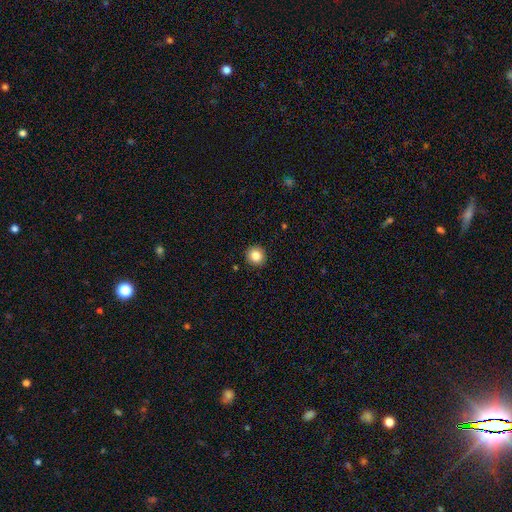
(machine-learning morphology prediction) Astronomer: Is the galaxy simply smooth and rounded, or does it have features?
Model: smooth — 85%.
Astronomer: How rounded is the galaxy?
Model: round — 90%.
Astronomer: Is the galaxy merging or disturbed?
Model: none — 92%.